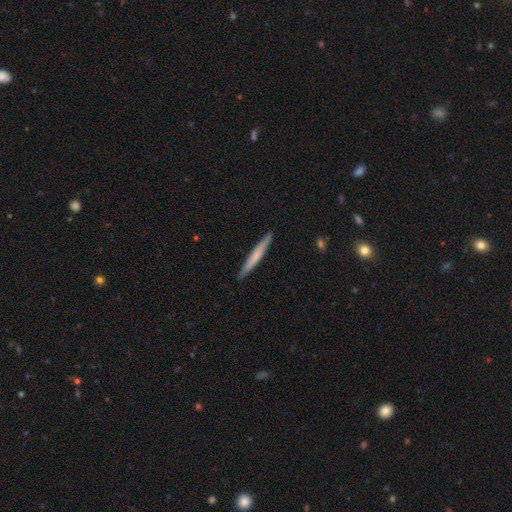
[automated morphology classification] Smooth or featured? Predicted: smooth (p=0.57). How rounded? Predicted: cigar-shaped (p=0.97). Merging? Predicted: none (p=0.91).